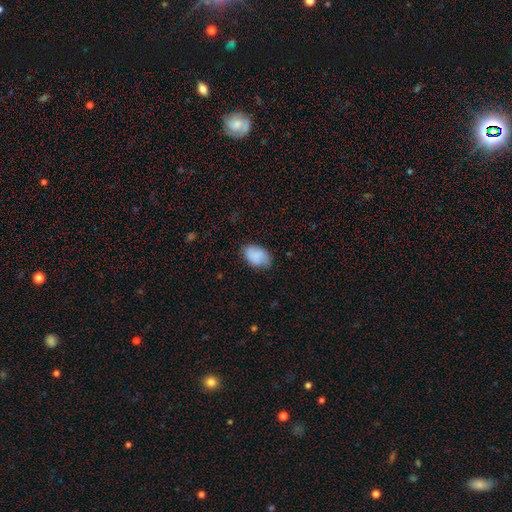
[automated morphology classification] A smooth galaxy with no disk features (84%) that is in between round and cigar-shaped (88%). Merging: none (72%).